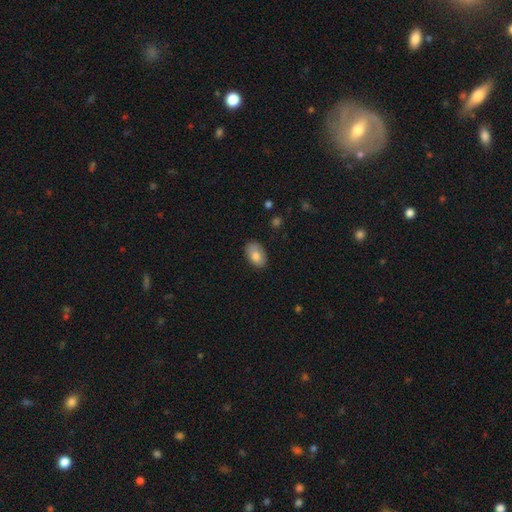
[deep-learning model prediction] A smooth galaxy with no disk features (81%) that is in between round and cigar-shaped (91%).

Vote fractions:
- Smooth or featured? smooth: 81% / featured or disk: 12% / star or artifact: 7%
- How rounded? in between: 91% / round: 7% / cigar-shaped: 1%
- Merging? none: 82% / minor disturbance: 15% / major disturbance: 3% / merger: 1%